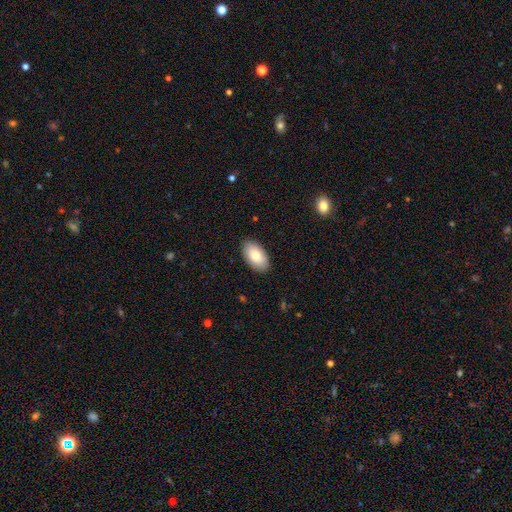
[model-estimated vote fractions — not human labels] smooth 79%, featured or disk 15%, star or artifact 6%. Down the decision tree: how rounded — in between (95%); merging — none (88%).